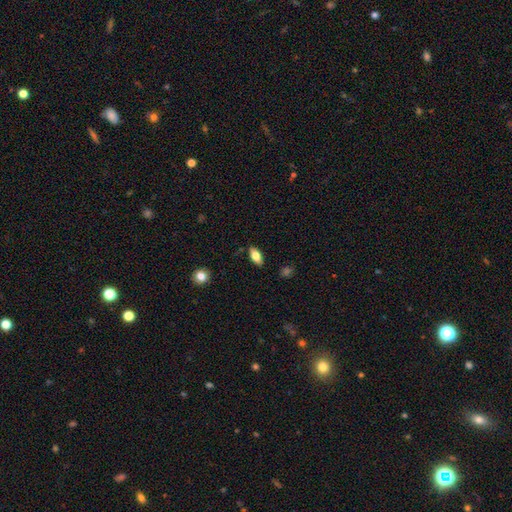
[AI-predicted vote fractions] smooth 72%, featured or disk 21%, star or artifact 7%. Down the decision tree: how rounded — in between (87%); merging — none (86%).